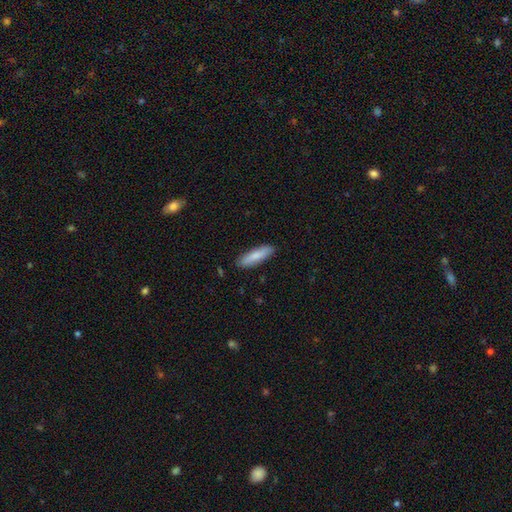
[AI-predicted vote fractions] Smooth or featured: smooth — 81% (featured or disk — 14%)
How rounded: cigar-shaped — 67% (in between — 31%)
Merging: none — 88% (minor disturbance — 9%)